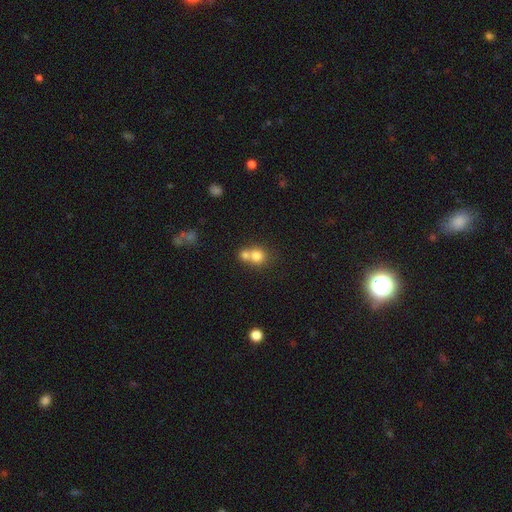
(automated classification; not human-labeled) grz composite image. It shows a smooth galaxy with no disk features (77%) that is round (82%). Merging: merger (57%).